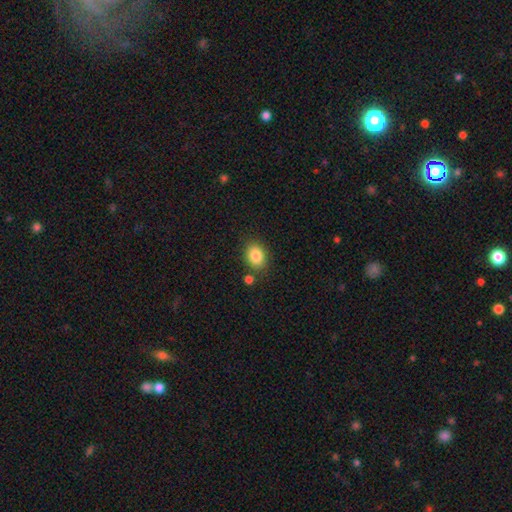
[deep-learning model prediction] A smooth galaxy with no disk features (85%) that is in between round and cigar-shaped (63%). Merging: none (79%).